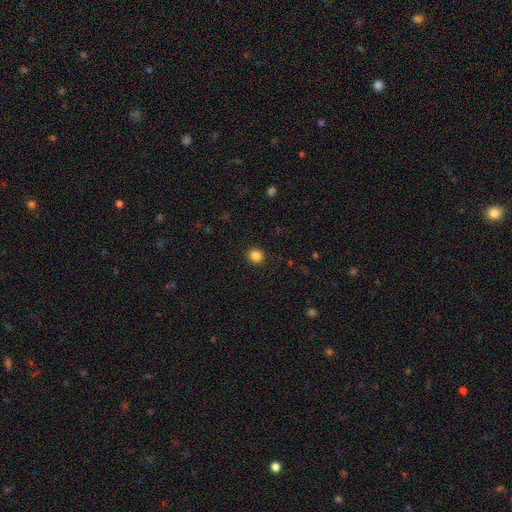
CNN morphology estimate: Q: Smooth or featured?
A: smooth (85%); runner-up: star or artifact (11%)
Q: How rounded?
A: round (88%); runner-up: in between (11%)
Q: Merging?
A: none (92%); runner-up: minor disturbance (5%)